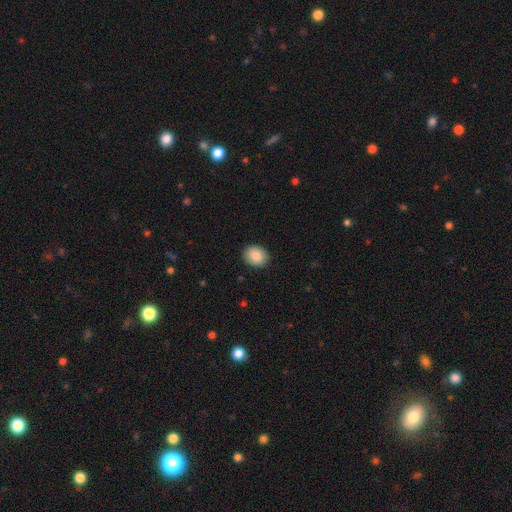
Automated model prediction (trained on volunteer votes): This appears to be a smooth galaxy with no disk features (86%) that is in between round and cigar-shaped (52%). Merging: none (89%).